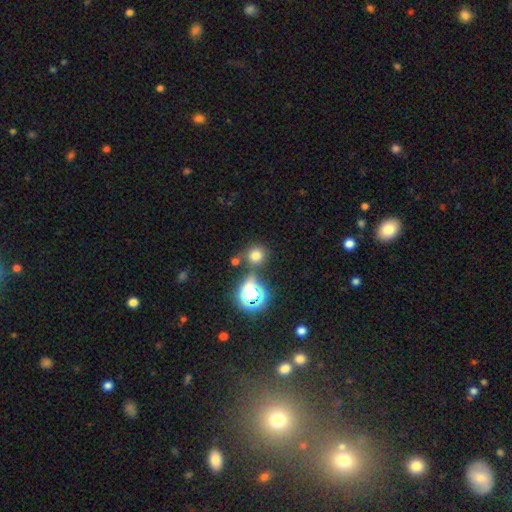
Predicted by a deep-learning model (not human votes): A smooth galaxy with no disk features (67%) that is round (89%).

Vote fractions:
- Smooth or featured? smooth: 67% / star or artifact: 25% / featured or disk: 7%
- How rounded? round: 89% / in between: 10% / cigar-shaped: 1%
- Merging? none: 72% / merger: 13% / minor disturbance: 10% / major disturbance: 5%